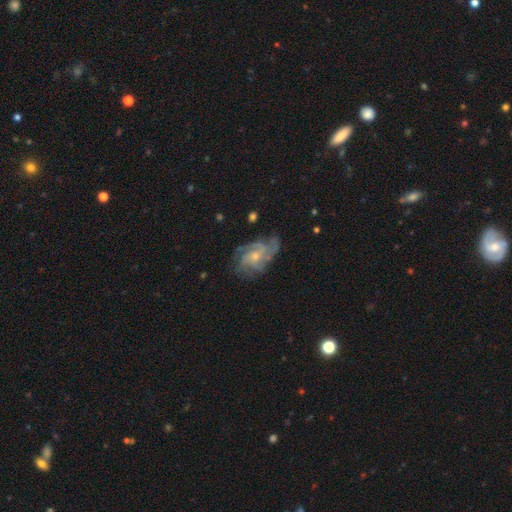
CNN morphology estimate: Q: Smooth or featured?
A: featured or disk (85%); runner-up: smooth (8%)
Q: Edge-on disk?
A: no (97%); runner-up: yes (3%)
Q: Bar?
A: no (72%); runner-up: weak (24%)
Q: Spiral arms?
A: yes (97%); runner-up: no (3%)
Q: Spiral winding?
A: tight (49%); runner-up: medium (41%)
Q: Spiral arm count?
A: 4 (31%); runner-up: 3 (27%)
Q: Bulge size?
A: small (63%); runner-up: moderate (32%)
Q: Merging?
A: none (72%); runner-up: minor disturbance (19%)